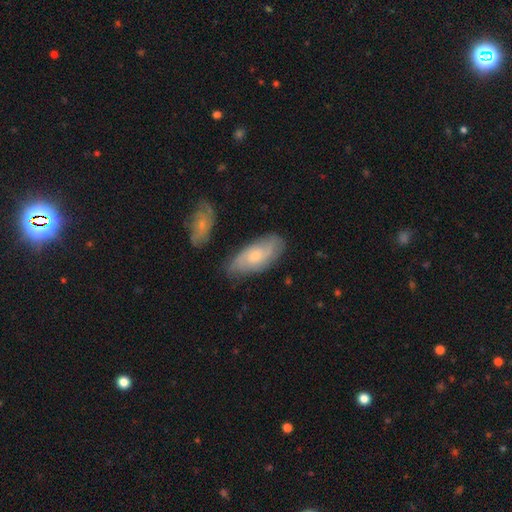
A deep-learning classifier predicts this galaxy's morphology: smooth_or_featured: featured or disk (p=0.55) [alt: smooth p=0.39]
disk_edge_on: no (p=0.89) [alt: yes p=0.11]
merging: none (p=0.73) [alt: minor disturbance p=0.18]